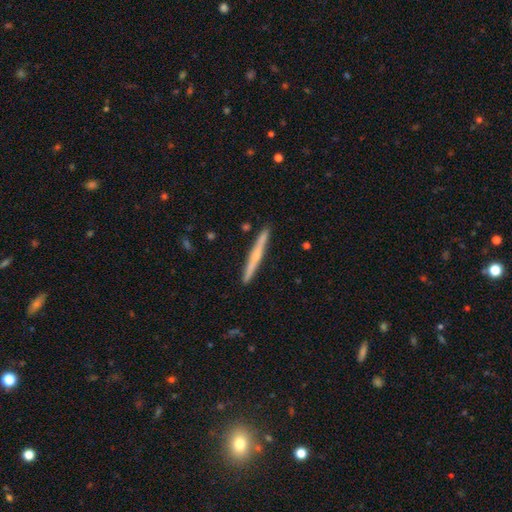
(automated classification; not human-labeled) Smooth or featured?
  - featured or disk: 59% *
  - smooth: 35%
  - star or artifact: 6%
Edge-on disk?
  - yes: 98% *
  - no: 2%
Edge-on bulge?
  - rounded: 57% *
  - none: 37%
  - boxy: 6%
Merging?
  - none: 92% *
  - minor disturbance: 6%
  - merger: 1%
  - major disturbance: 1%